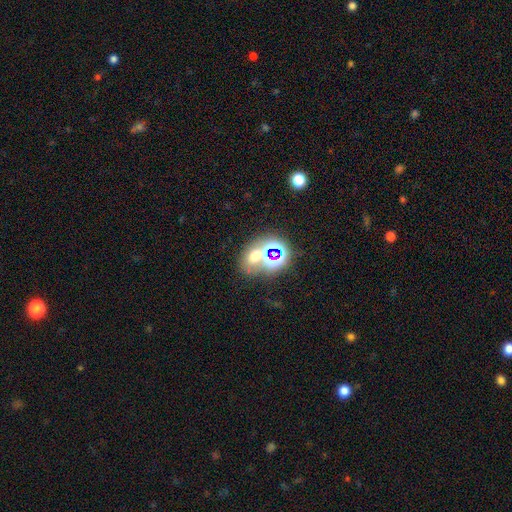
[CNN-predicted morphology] The model was most divided on "smooth or featured": smooth: 47%, star or artifact: 37%, featured or disk: 16%. More confident: merging — none (50%).